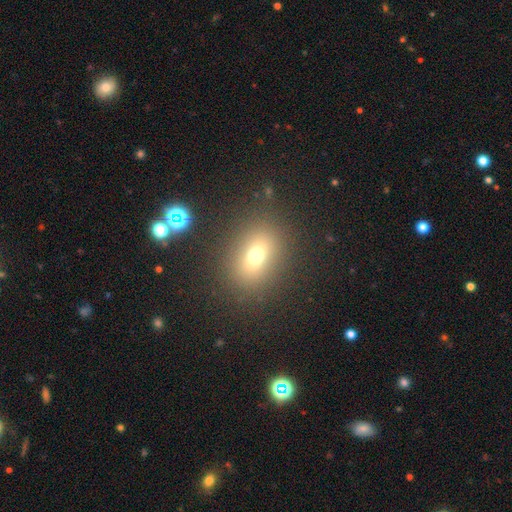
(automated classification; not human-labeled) Overall: smooth (69%). How rounded: in between (65%; round 33%). Merging: none (85%).